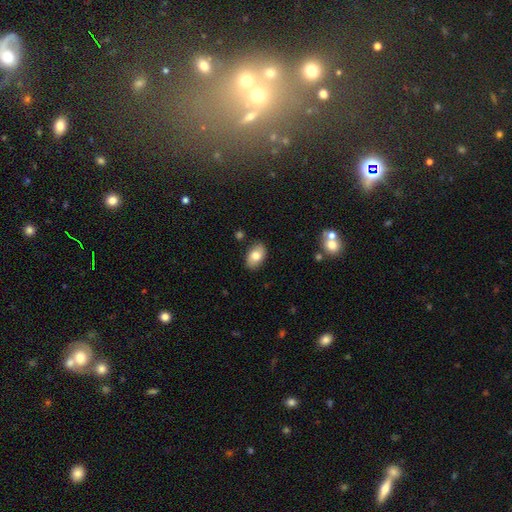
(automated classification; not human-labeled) The model was most divided on "smooth or featured": smooth: 77%, featured or disk: 15%, star or artifact: 8%. More confident: how rounded — in between (89%); merging — none (85%).